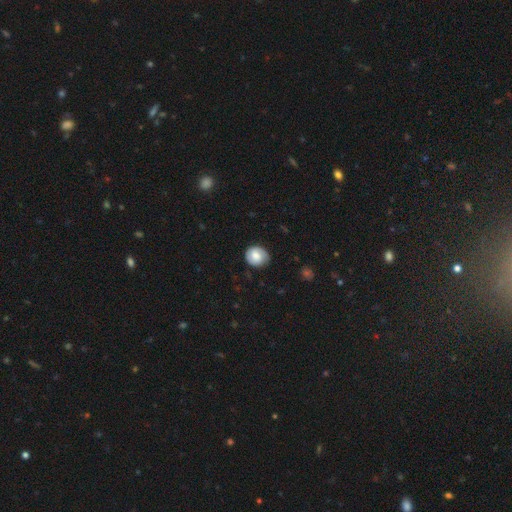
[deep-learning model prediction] smooth-or-featured: smooth: 62% | featured or disk: 30% | star or artifact: 7%
  how-rounded: round: 75% | in between: 24% | cigar-shaped: 1%
  merging: none: 78% | minor disturbance: 17% | major disturbance: 4% | merger: 1%